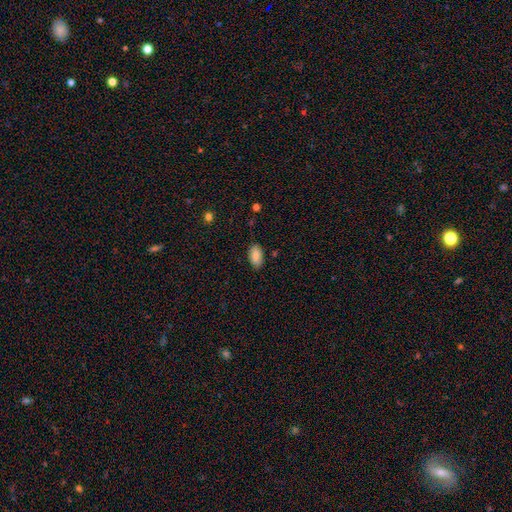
Smooth or featured: smooth — 92% (star or artifact — 5%)
How rounded: in between — 94% (cigar-shaped — 6%)
Merging: none — 91% (minor disturbance — 9%)